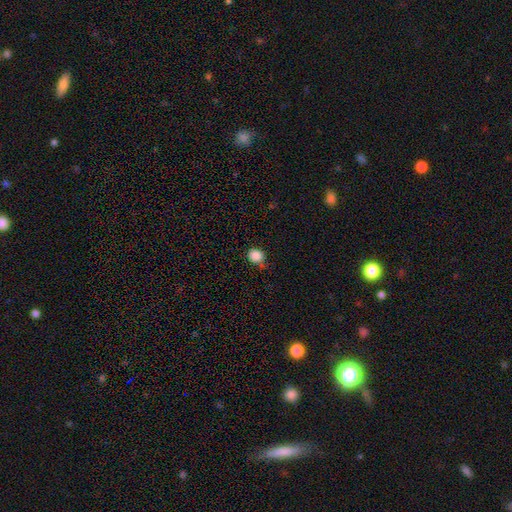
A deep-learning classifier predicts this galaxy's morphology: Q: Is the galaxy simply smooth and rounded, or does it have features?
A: smooth — 86%.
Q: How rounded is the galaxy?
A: round — 77%.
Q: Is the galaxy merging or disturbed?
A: none — 68%.